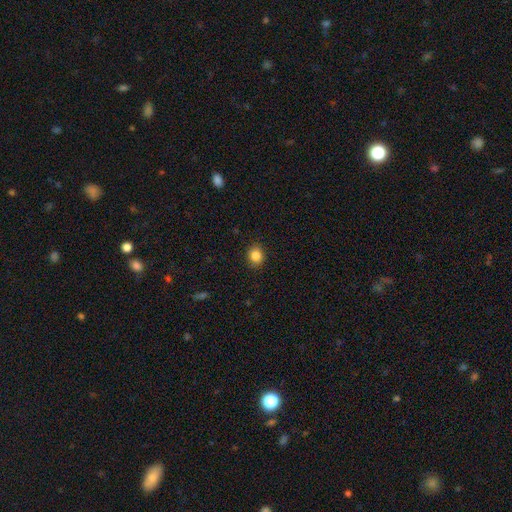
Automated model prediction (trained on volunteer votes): This is clearly a smooth galaxy (85%). How rounded: likely round (69%). Merging: clearly none (89%).